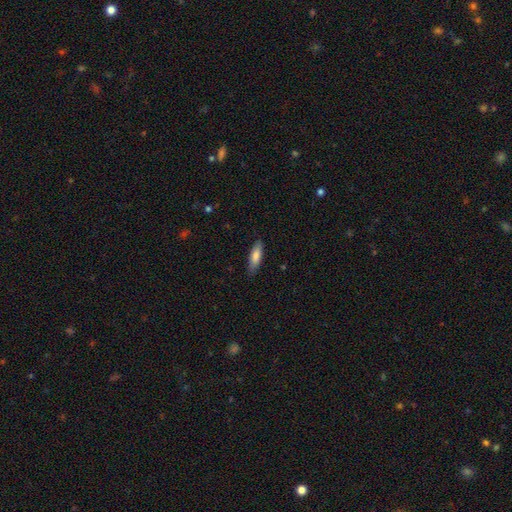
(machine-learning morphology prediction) This appears to be a smooth galaxy with no disk features (79%) that is in between round and cigar-shaped (50%). Merging: none (84%).